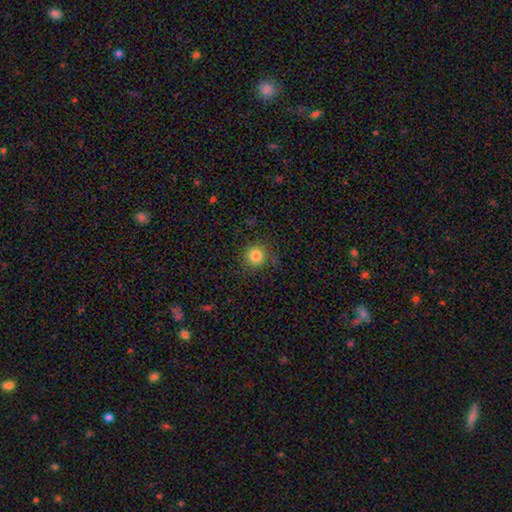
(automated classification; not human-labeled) smooth-or-featured: smooth: 83% | star or artifact: 12% | featured or disk: 5%
  how-rounded: round: 93% | in between: 6% | cigar-shaped: 1%
  merging: none: 86% | minor disturbance: 10% | major disturbance: 3% | merger: 2%